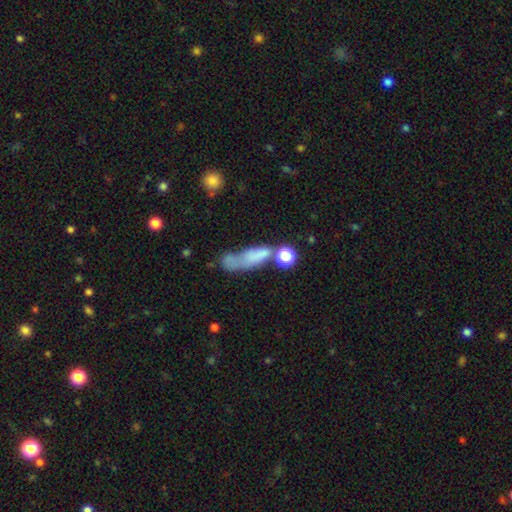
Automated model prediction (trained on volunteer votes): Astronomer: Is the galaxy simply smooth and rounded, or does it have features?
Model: smooth — 57%.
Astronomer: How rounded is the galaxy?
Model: cigar-shaped — 52% (runner-up: in between, 41%).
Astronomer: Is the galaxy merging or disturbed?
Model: none — 29% (runner-up: merger, 27%).